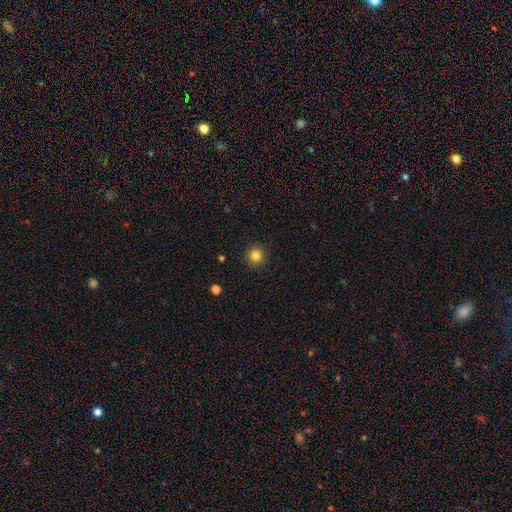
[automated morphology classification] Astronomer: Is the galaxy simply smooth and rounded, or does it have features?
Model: smooth — 83%.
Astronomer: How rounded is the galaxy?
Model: round — 94%.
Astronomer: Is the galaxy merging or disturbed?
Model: none — 92%.